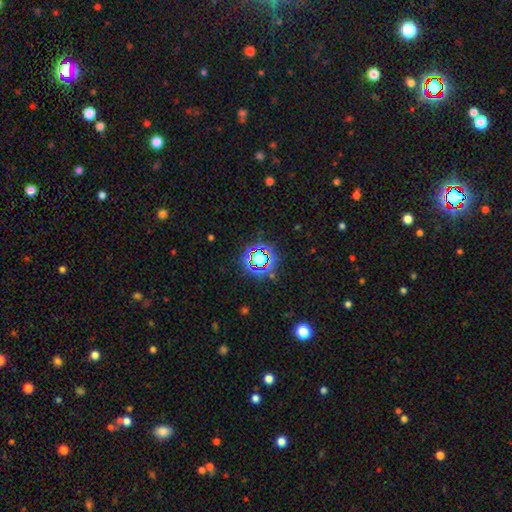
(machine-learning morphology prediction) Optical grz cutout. It shows a star or artifact, not a galaxy (73%).